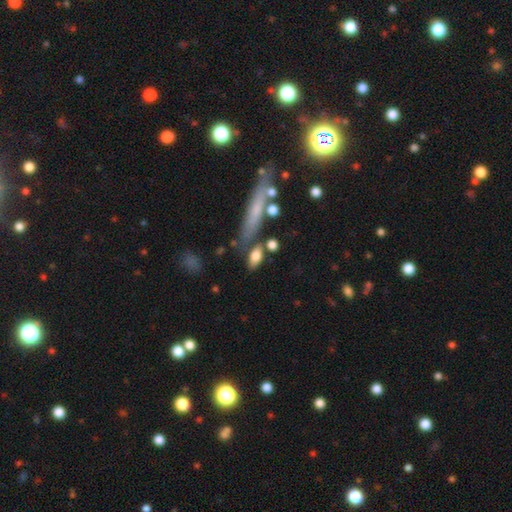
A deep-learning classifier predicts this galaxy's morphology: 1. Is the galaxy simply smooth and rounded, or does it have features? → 76% smooth, 17% featured or disk, 7% star or artifact.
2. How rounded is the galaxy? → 73% in between, 20% cigar-shaped, 7% round.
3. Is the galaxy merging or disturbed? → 60% none, 17% minor disturbance, 15% merger, 7% major disturbance.